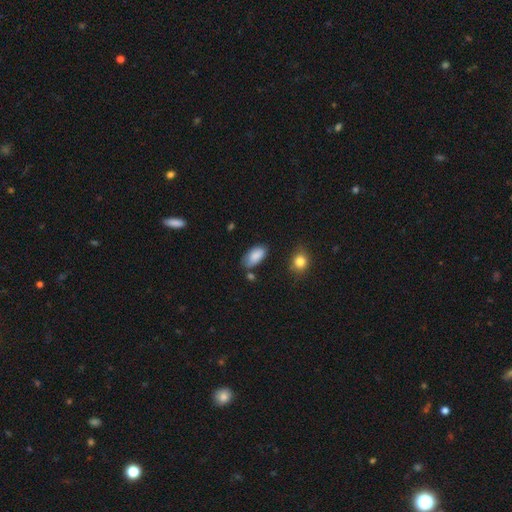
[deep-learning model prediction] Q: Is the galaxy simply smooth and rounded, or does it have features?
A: smooth — 86%.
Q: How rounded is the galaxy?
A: in between — 93%.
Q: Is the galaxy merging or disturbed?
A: none — 68%.